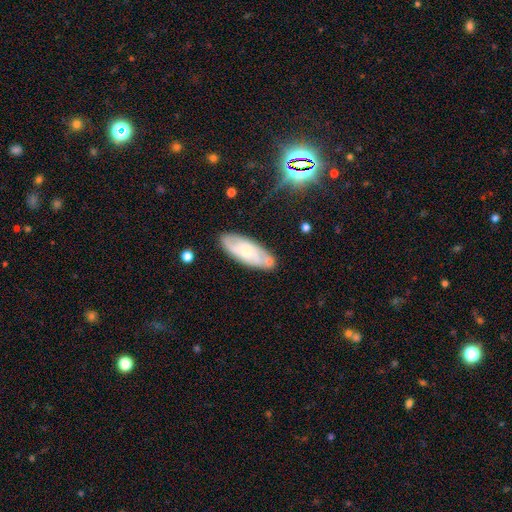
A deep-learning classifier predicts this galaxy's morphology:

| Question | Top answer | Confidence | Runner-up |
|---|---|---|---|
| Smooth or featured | featured or disk | 56% | smooth (37%) |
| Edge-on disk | no | 82% | yes (18%) |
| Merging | none | 77% | minor disturbance (16%) |